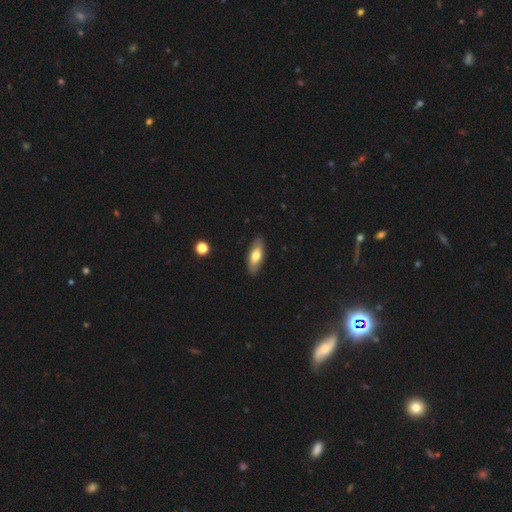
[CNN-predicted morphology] smooth 67%, featured or disk 27%, star or artifact 6%. Down the decision tree: how rounded — in between (78%); merging — none (87%).